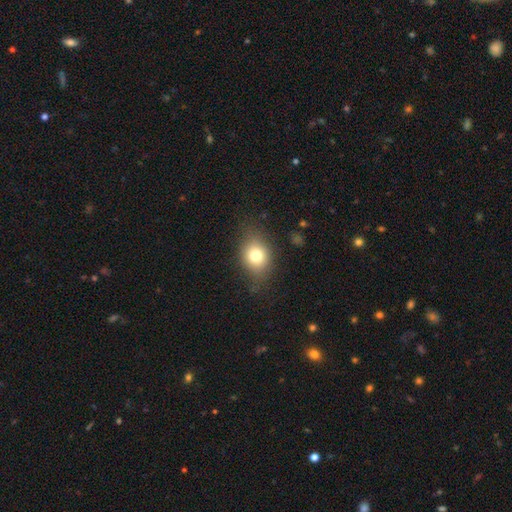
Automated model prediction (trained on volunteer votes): smooth-or-featured: smooth: 75% | featured or disk: 14% | star or artifact: 11%
  how-rounded: in between: 50% | round: 49% | cigar-shaped: 1%
  merging: none: 76% | minor disturbance: 17% | major disturbance: 6% | merger: 1%